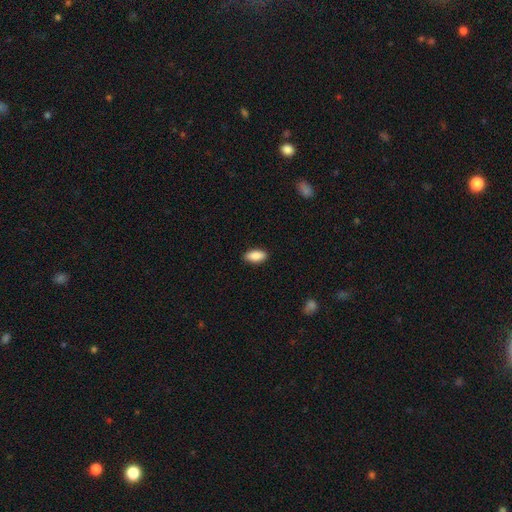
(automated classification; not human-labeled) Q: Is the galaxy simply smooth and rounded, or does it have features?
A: smooth — 89%.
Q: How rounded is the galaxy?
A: in between — 91%.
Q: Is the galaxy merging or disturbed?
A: none — 89%.